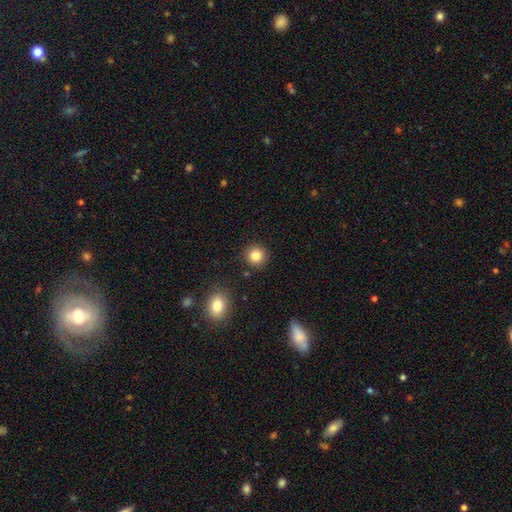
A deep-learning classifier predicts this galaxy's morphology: The model was most divided on "smooth or featured": smooth: 84%, star or artifact: 11%, featured or disk: 5%. More confident: how rounded — round (92%); merging — none (89%).